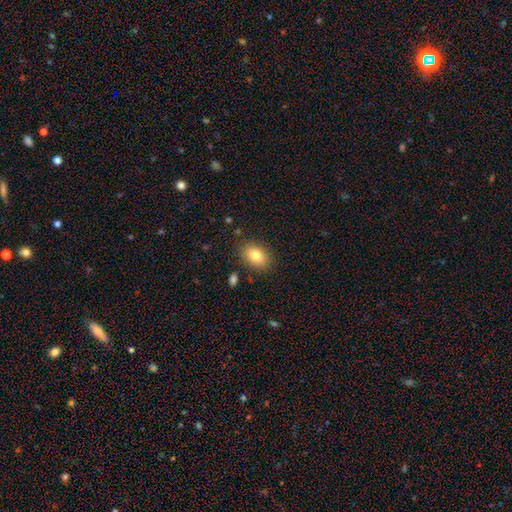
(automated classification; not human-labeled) Q: Smooth or featured?
A: smooth (81%); runner-up: featured or disk (10%)
Q: How rounded?
A: in between (79%); runner-up: round (20%)
Q: Merging?
A: none (85%); runner-up: minor disturbance (10%)